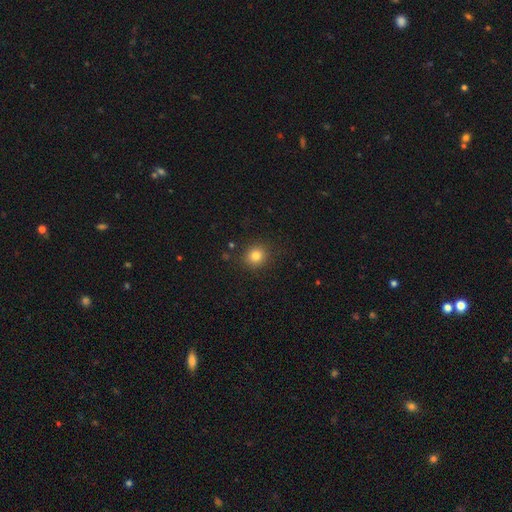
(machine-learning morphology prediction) smooth 81%, star or artifact 13%, featured or disk 6%. Down the decision tree: how rounded — round (84%); merging — none (89%).